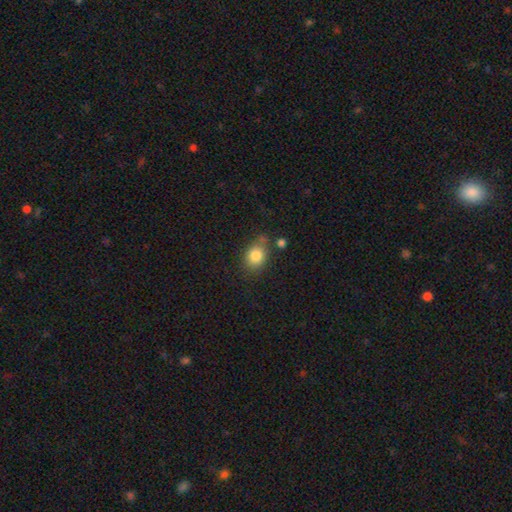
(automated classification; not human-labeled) This appears to be a smooth galaxy with no disk features (84%) that is in between round and cigar-shaped (51%). Merging: none (65%).